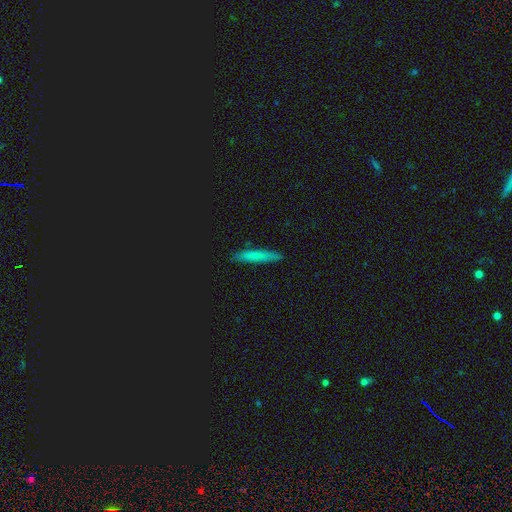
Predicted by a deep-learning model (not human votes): This is likely a smooth galaxy (73%). How rounded: clearly cigar-shaped (92%). Merging: clearly none (88%).